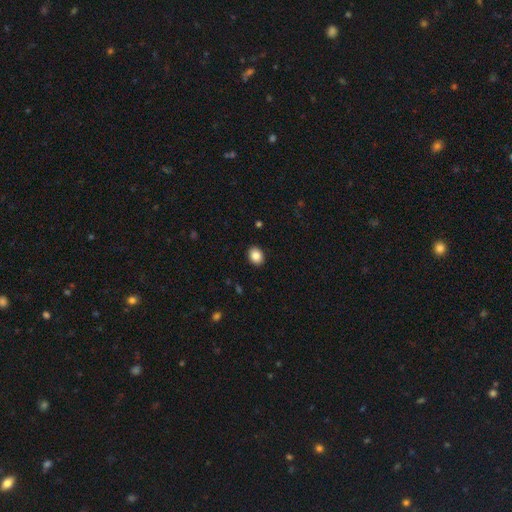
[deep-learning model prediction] Q: Smooth or featured?
A: smooth (86%); runner-up: star or artifact (9%)
Q: How rounded?
A: in between (59%); runner-up: round (40%)
Q: Merging?
A: none (91%); runner-up: minor disturbance (7%)